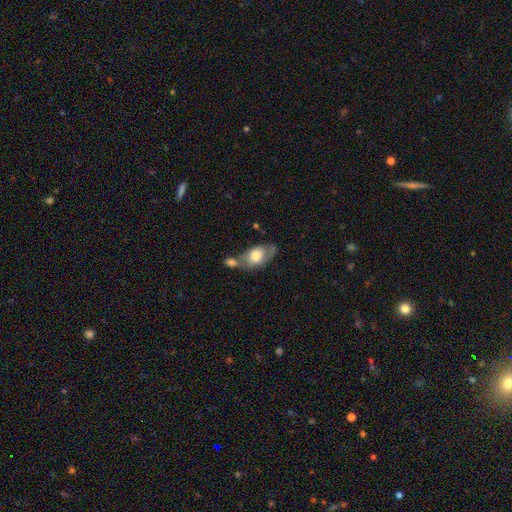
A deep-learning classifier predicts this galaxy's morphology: Smooth or featured: smooth — 55% (featured or disk — 38%)
How rounded: in between — 88% (round — 9%)
Merging: merger — 40% (none — 32%)